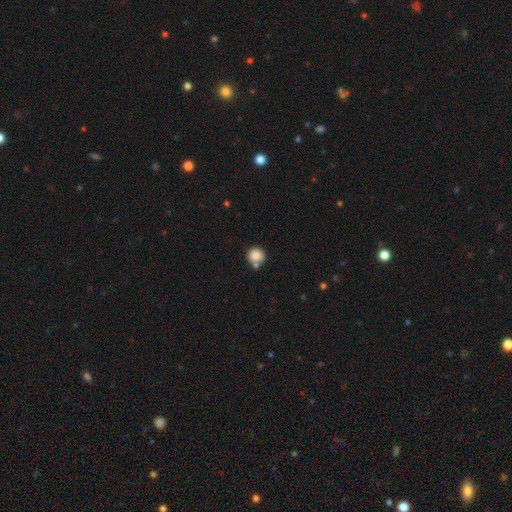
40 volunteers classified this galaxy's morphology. A smooth galaxy with no disk features (92%) that is round (92%). Merging: none (68%).